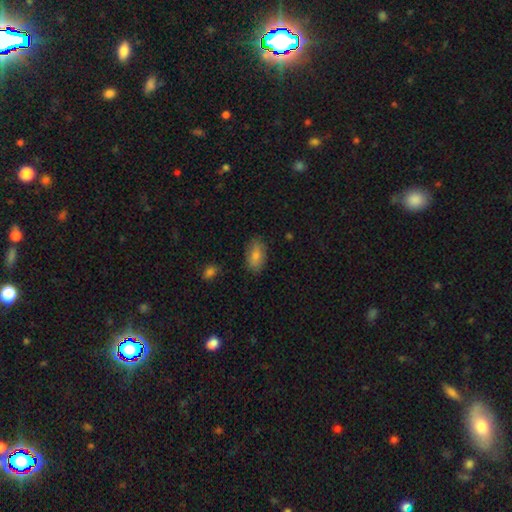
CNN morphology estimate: Overall: smooth (71%). How rounded: in between (89%). Merging: none (85%).